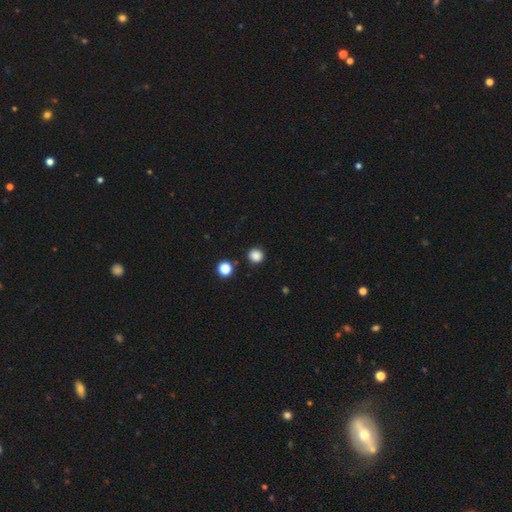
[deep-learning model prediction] A smooth galaxy with no disk features (86%) that is round (92%). Merging: none (89%).